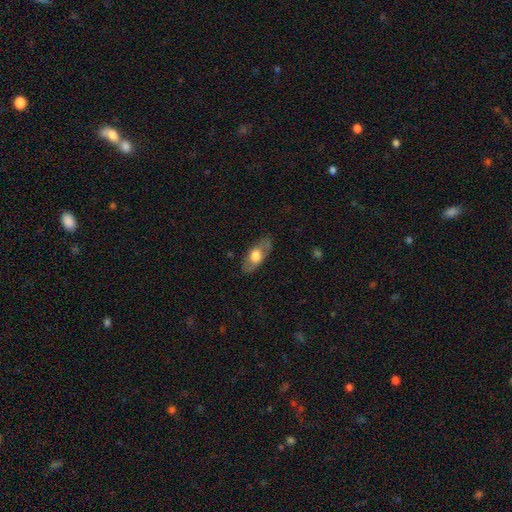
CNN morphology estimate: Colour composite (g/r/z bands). It shows a smooth galaxy with no disk features (58%) that is in between round and cigar-shaped (83%). Merging: none (78%).